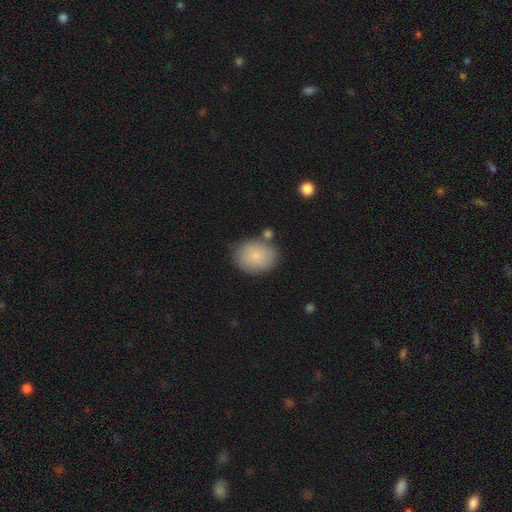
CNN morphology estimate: type=smooth (82%); roundness=in between (64%); merging=none (73%).